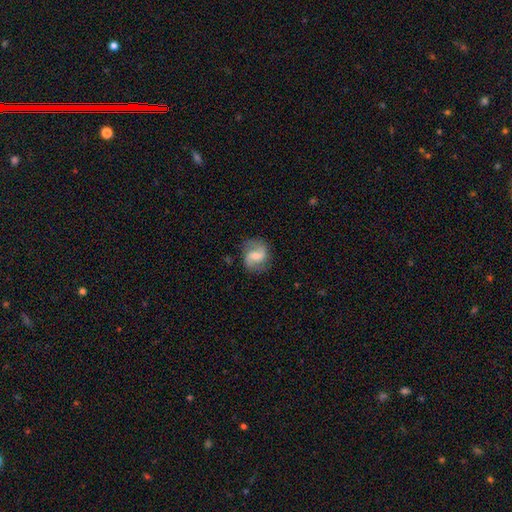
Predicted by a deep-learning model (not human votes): smooth-or-featured: featured or disk: 71% | smooth: 22% | star or artifact: 7%
  disk-edge-on: no: 98% | yes: 2%
    bar: weak: 50% | no: 31% | strong: 19%
    has-spiral-arms: yes: 94% | no: 6%
      spiral-winding: loose: 46% | medium: 42% | tight: 12%
      spiral-arm-count: 2: 90% | can't tell: 4% | 1: 3% | 3: 1% | 4: 1% | more than 4: 1%
    bulge-size: small: 44% | moderate: 40% | none: 10% | large: 5% | dominant: 1%
  merging: none: 79% | minor disturbance: 14% | major disturbance: 6% | merger: 1%